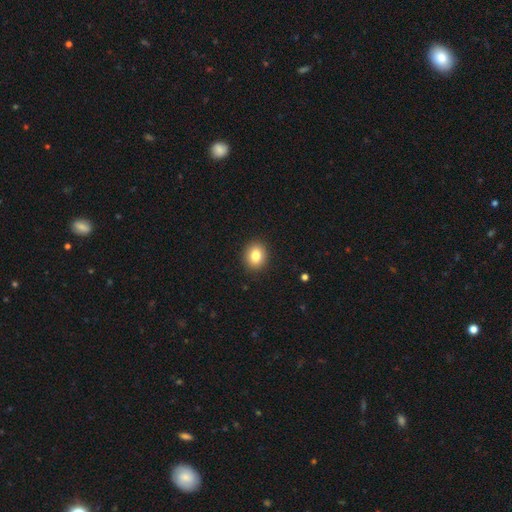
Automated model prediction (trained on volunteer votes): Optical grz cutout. It shows a smooth galaxy with no disk features (82%) that is round (64%). Merging: none (91%).